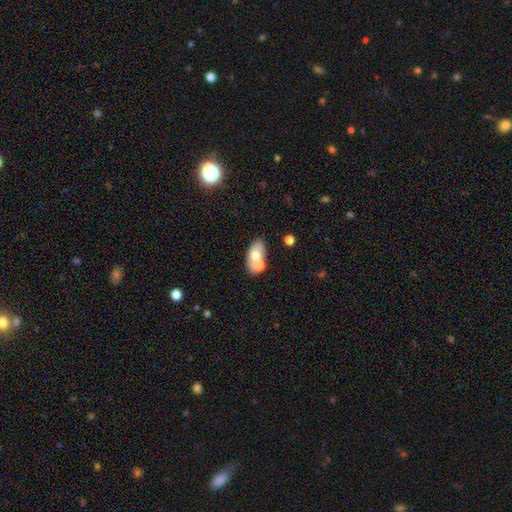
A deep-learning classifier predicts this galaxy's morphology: smooth_or_featured: smooth (p=0.64) [alt: featured or disk p=0.28]
how_rounded: in between (p=0.87) [alt: round p=0.10]
merging: merger (p=0.43) [alt: none p=0.42]